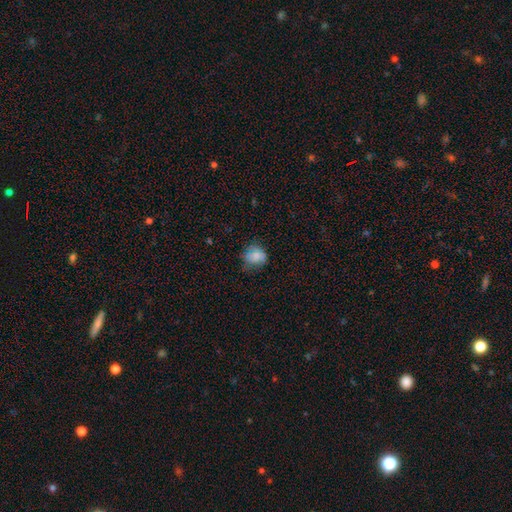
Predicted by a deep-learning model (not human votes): Morphology: type=smooth (74%); roundness=round (71%); merging=none (61%).